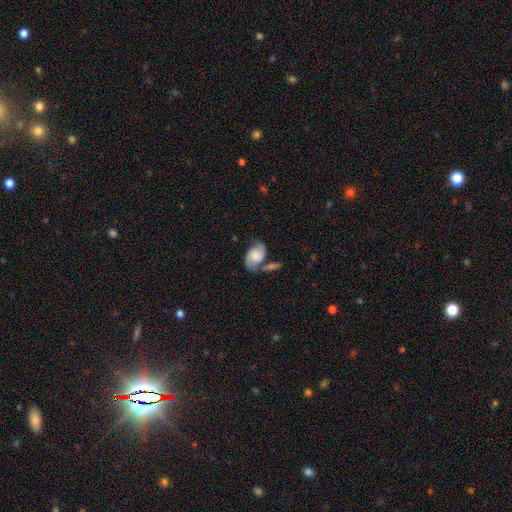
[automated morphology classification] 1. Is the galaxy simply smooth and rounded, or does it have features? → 61% featured or disk, 32% smooth, 8% star or artifact.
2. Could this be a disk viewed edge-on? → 97% no, 3% yes.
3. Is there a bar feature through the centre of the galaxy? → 65% no, 29% weak, 6% strong.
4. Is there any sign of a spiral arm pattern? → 91% yes, 9% no.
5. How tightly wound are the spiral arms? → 46% medium, 32% loose, 22% tight.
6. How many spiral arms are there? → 89% 2, 5% can't tell, 3% 1, 1% 3, 1% 4, 1% more than 4.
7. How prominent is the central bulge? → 27% moderate, 23% large, 23% none, 22% small, 6% dominant.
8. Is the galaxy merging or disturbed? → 48% none, 23% merger, 20% minor disturbance, 9% major disturbance.